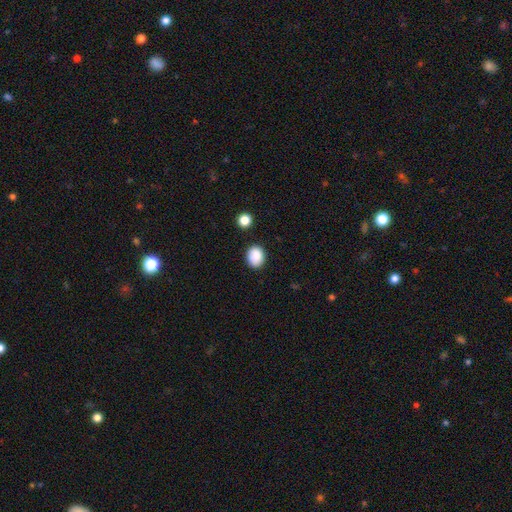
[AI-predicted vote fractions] smooth 86%, star or artifact 9%, featured or disk 5%. Down the decision tree: how rounded — in between (50%); merging — none (79%).